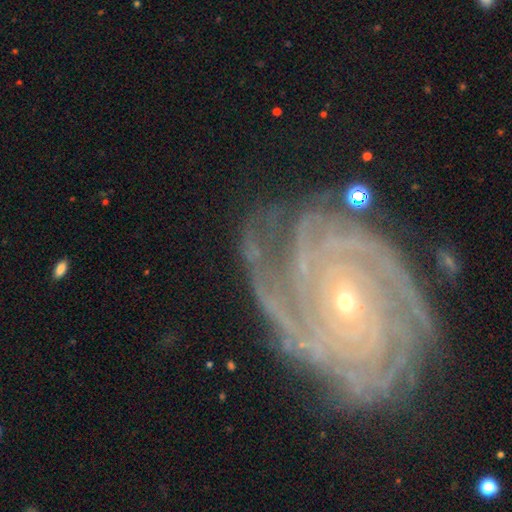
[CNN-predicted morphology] smooth-or-featured: featured or disk: 88% | star or artifact: 8% | smooth: 5%
  disk-edge-on: no: 97% | yes: 3%
    bar: no: 74% | weak: 16% | strong: 10%
    has-spiral-arms: yes: 98% | no: 2%
      spiral-winding: tight: 84% | medium: 14% | loose: 3%
      spiral-arm-count: 4: 23% | more than 4: 22% | can't tell: 18% | 3: 15% | 2: 12% | 1: 8%
    bulge-size: small: 82% | moderate: 14% | large: 1% | none: 1% | dominant: 1%
  merging: none: 69% | minor disturbance: 18% | major disturbance: 9% | merger: 3%